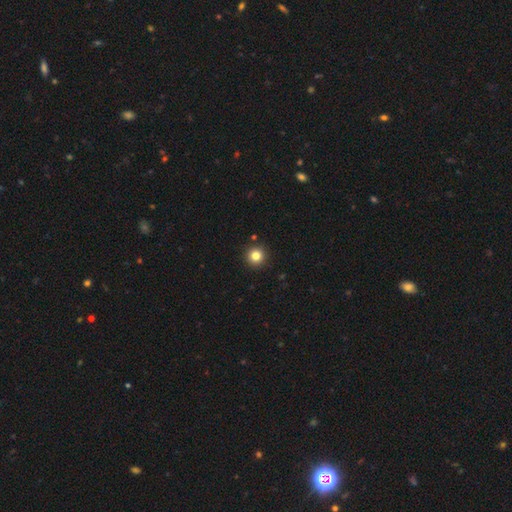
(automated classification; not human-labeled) smooth 82%, star or artifact 12%, featured or disk 6%. Down the decision tree: how rounded — round (96%); merging — none (92%).